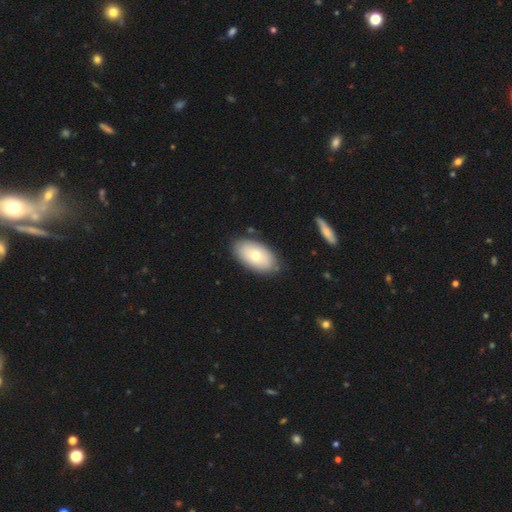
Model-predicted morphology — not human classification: Overall: smooth (68%). How rounded: in between (94%). Merging: none (85%).